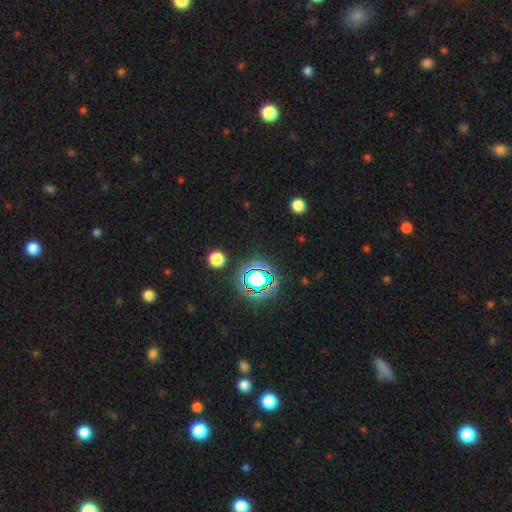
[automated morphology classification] A star or artifact, not a galaxy (79%).

Vote fractions:
- Smooth or featured? star or artifact: 79% / smooth: 13% / featured or disk: 8%